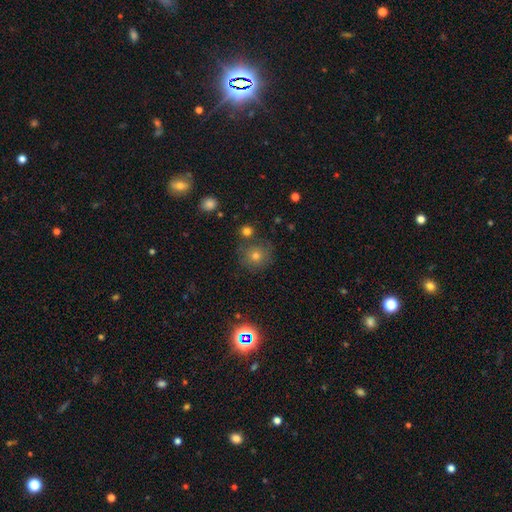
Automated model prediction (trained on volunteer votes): This appears to be a smooth galaxy with no disk features (59%) that is round (91%). Merging: none (79%).